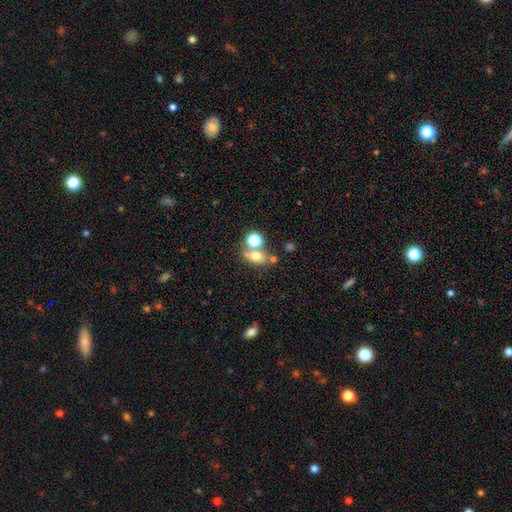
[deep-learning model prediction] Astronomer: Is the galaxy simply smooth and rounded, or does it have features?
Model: smooth — 67%.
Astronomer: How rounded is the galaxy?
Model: in between — 57% (runner-up: round, 40%).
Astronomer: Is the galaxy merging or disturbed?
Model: none — 53% (runner-up: merger, 30%).